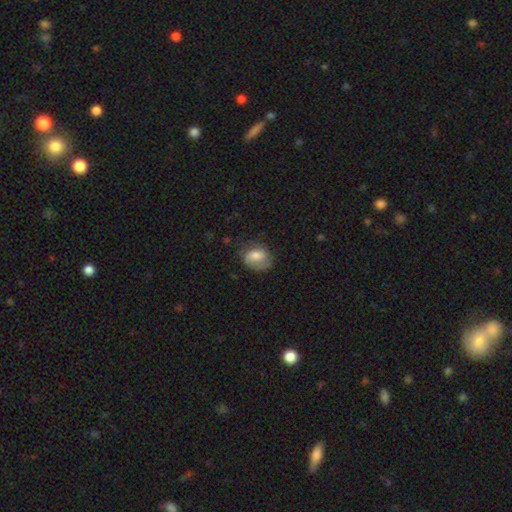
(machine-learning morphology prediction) smooth-or-featured: smooth: 59% | featured or disk: 33% | star or artifact: 8%
  how-rounded: in between: 56% | round: 42% | cigar-shaped: 1%
  merging: none: 59% | minor disturbance: 26% | major disturbance: 14% | merger: 1%